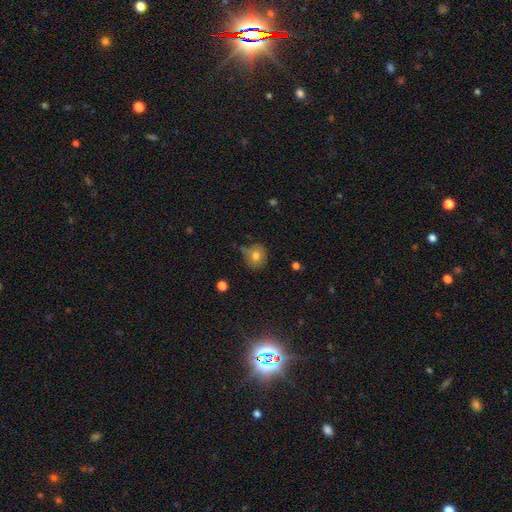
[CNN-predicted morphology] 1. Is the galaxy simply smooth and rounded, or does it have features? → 74% smooth, 14% featured or disk, 11% star or artifact.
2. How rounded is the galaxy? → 79% round, 19% in between, 1% cigar-shaped.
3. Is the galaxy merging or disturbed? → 63% none, 24% minor disturbance, 7% major disturbance, 6% merger.